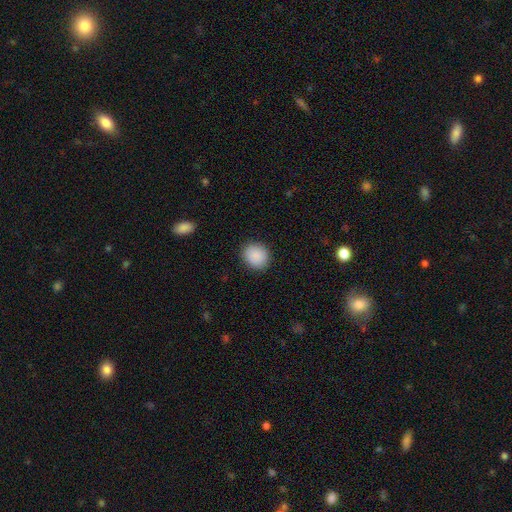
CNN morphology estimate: A smooth galaxy with no disk features (90%) that is round (71%). Merging: none (89%).